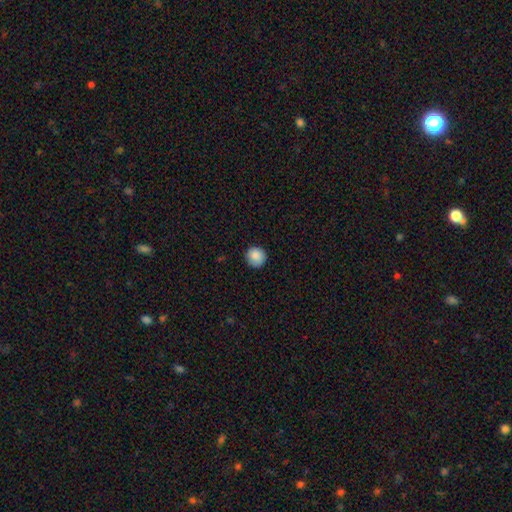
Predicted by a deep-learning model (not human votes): This appears to be a smooth galaxy with no disk features (87%) that is round (94%). Merging: none (89%).